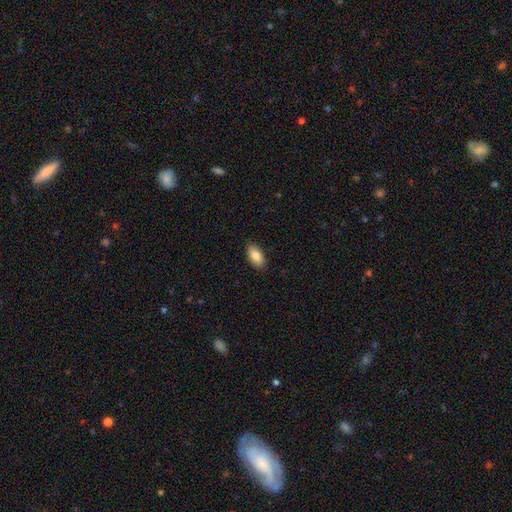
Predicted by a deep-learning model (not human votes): Q: Smooth or featured?
A: smooth (86%); runner-up: featured or disk (8%)
Q: How rounded?
A: in between (93%); runner-up: cigar-shaped (4%)
Q: Merging?
A: none (88%); runner-up: minor disturbance (9%)